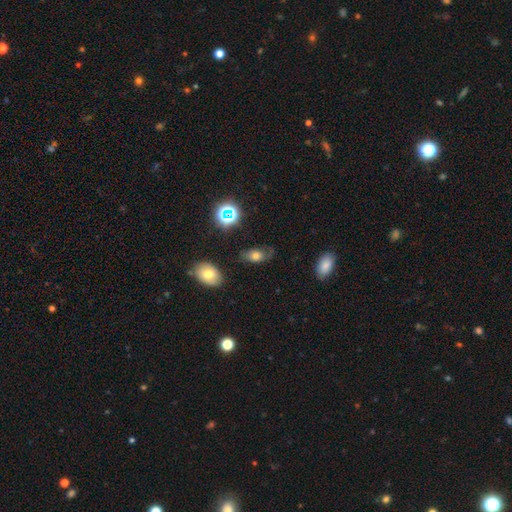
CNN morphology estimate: A smooth galaxy with no disk features (63%) that is in between round and cigar-shaped (87%). Merging: none (60%).